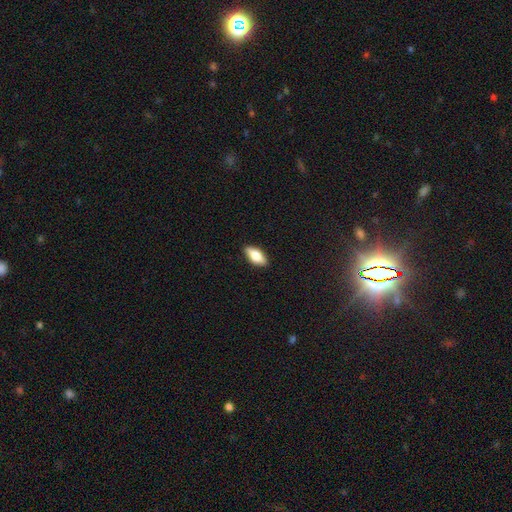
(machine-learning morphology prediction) Smooth or featured: smooth — 74% (featured or disk — 20%)
How rounded: in between — 83% (cigar-shaped — 14%)
Merging: none — 89% (minor disturbance — 9%)